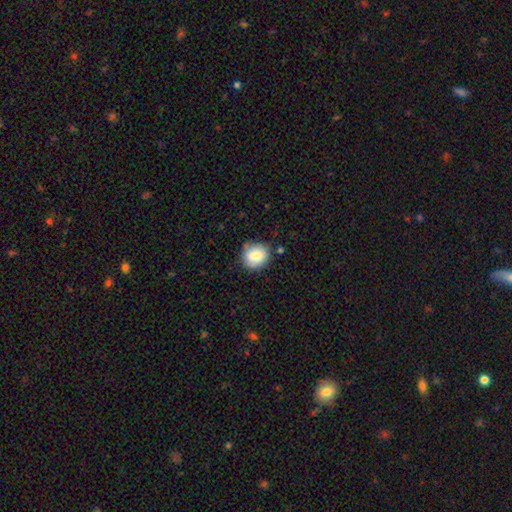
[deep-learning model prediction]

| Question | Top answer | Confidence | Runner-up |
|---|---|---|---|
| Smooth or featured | smooth | 82% | featured or disk (9%) |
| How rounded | round | 82% | in between (17%) |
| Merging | none | 79% | minor disturbance (15%) |